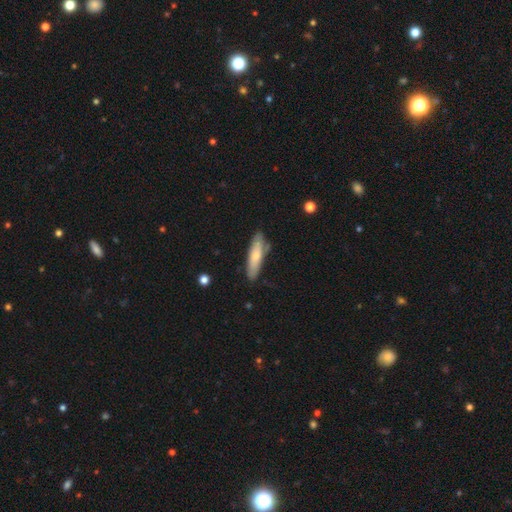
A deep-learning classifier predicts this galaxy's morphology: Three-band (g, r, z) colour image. It shows a smooth galaxy with no disk features (69%) that is cigar-shaped (71%). Merging: none (75%).